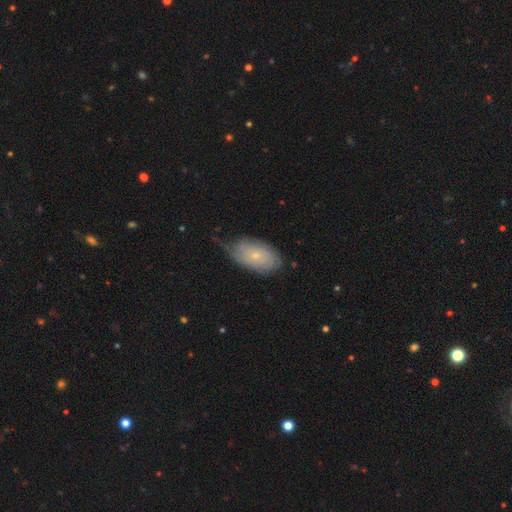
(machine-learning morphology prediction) Overall: featured or disk (49%; smooth 44%). Merging: none (53%; minor disturbance 34%).